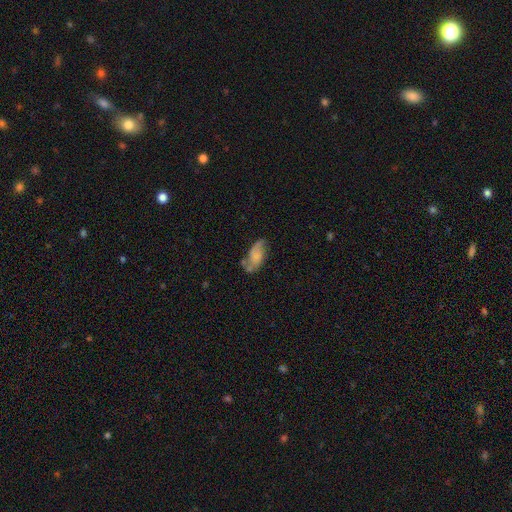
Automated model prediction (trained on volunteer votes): featured or disk 46%, smooth 45%, star or artifact 9%. Down the decision tree: merging — none (49%).